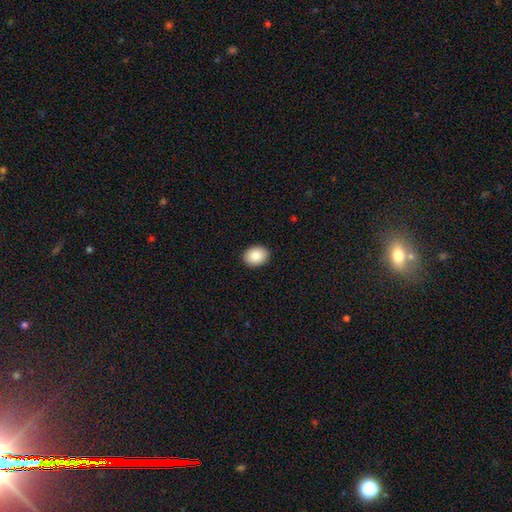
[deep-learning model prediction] Smooth or featured?
  - smooth: 88% *
  - star or artifact: 7%
  - featured or disk: 5%
How rounded?
  - in between: 63% *
  - round: 36%
  - cigar-shaped: 1%
Merging?
  - none: 91% *
  - minor disturbance: 7%
  - major disturbance: 2%
  - merger: 1%